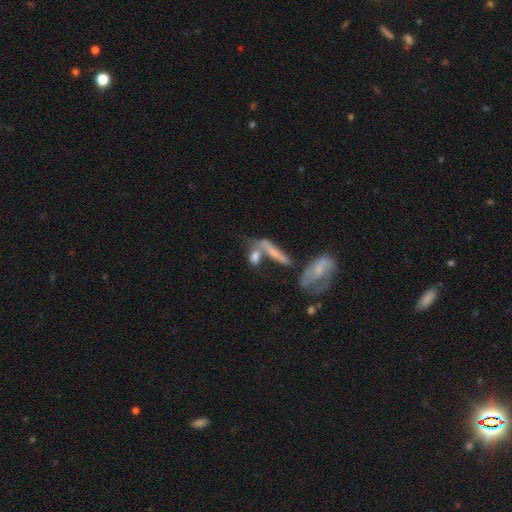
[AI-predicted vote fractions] Smooth or featured? Predicted: smooth (p=0.53). How rounded? Predicted: cigar-shaped (p=0.45). Merging? Predicted: merger (p=0.42).